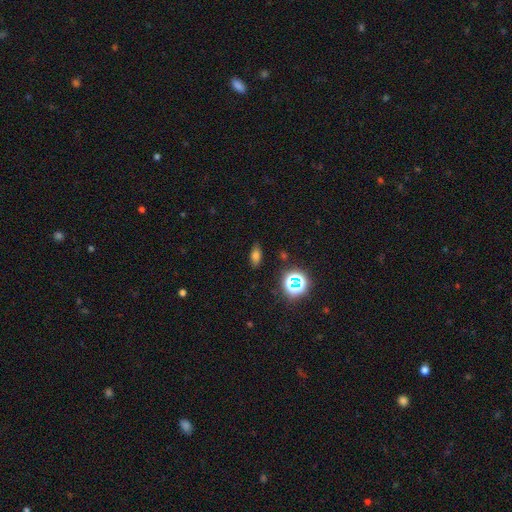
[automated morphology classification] This appears to be a smooth galaxy with no disk features (70%) that is in between round and cigar-shaped (83%). Merging: none (85%).